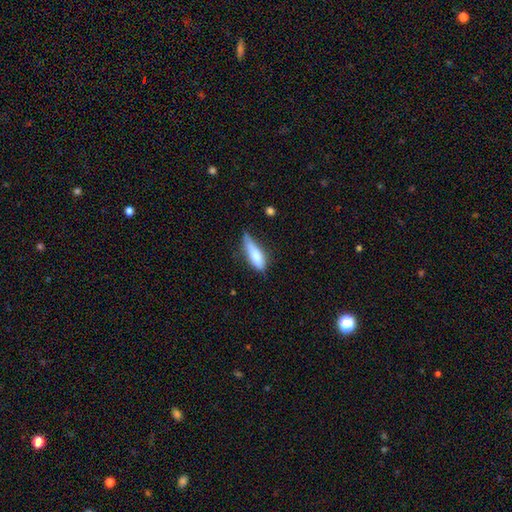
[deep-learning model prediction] Smooth or featured? smooth (76%)
How rounded? cigar-shaped (50%)
Merging? minor disturbance (44%)